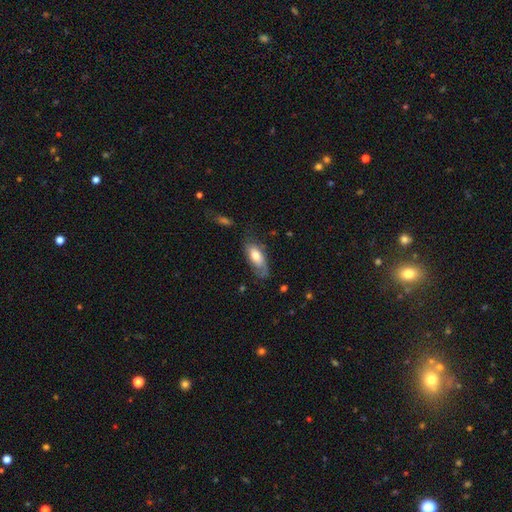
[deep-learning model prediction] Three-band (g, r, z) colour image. It shows a smooth galaxy with no disk features (61%) that is in between round and cigar-shaped (83%). Merging: none (55%).